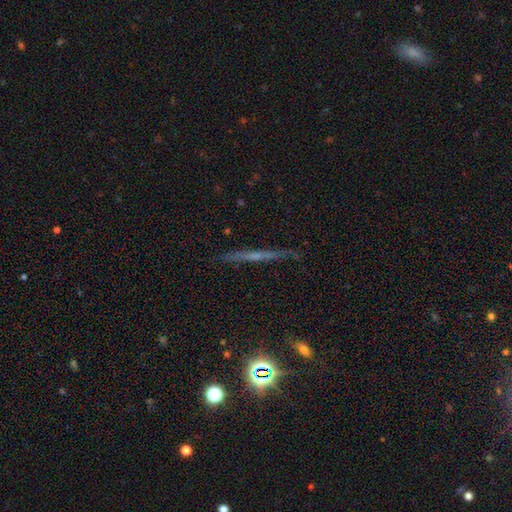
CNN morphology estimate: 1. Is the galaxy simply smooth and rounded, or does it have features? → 59% featured or disk, 24% smooth, 16% star or artifact.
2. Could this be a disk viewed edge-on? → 96% yes, 4% no.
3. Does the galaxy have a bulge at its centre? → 61% none, 30% rounded, 9% boxy.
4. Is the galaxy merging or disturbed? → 87% none, 9% minor disturbance, 2% major disturbance, 2% merger.